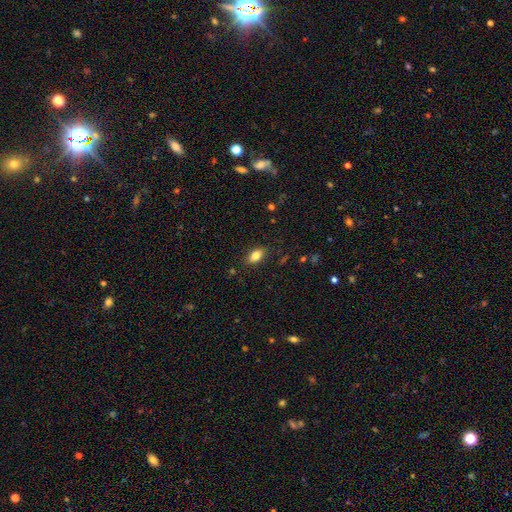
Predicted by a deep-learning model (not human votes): Smooth or featured?
  - smooth: 82% *
  - star or artifact: 9%
  - featured or disk: 9%
How rounded?
  - in between: 86% *
  - round: 11%
  - cigar-shaped: 3%
Merging?
  - none: 85% *
  - minor disturbance: 11%
  - major disturbance: 3%
  - merger: 1%